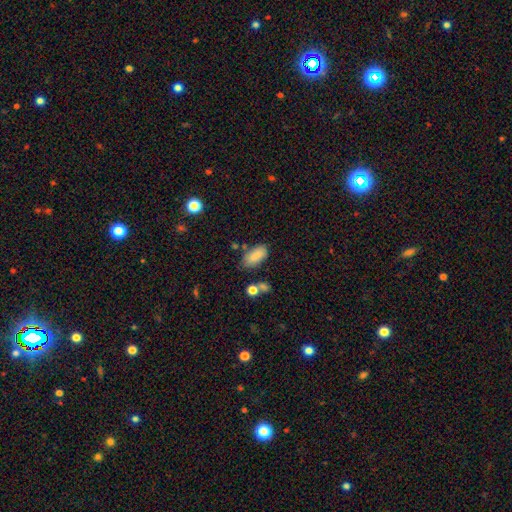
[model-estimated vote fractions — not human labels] Morphology: type=smooth (86%); roundness=in between (92%); merging=none (73%).